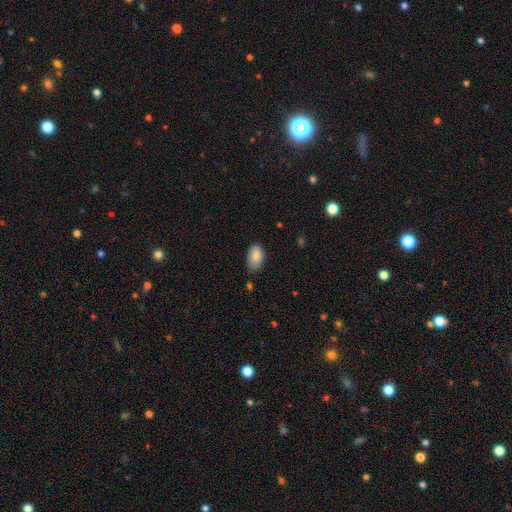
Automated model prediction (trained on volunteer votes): Smooth or featured?
  - smooth: 87% *
  - star or artifact: 7%
  - featured or disk: 6%
How rounded?
  - in between: 93% *
  - round: 5%
  - cigar-shaped: 1%
Merging?
  - none: 71% *
  - minor disturbance: 23%
  - major disturbance: 4%
  - merger: 2%